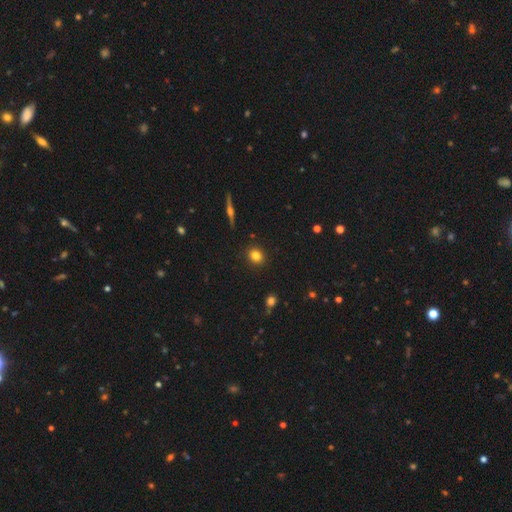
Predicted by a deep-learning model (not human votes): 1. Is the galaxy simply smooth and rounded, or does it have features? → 82% smooth, 10% star or artifact, 7% featured or disk.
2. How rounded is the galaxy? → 73% round, 26% in between, 2% cigar-shaped.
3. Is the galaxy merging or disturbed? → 90% none, 6% minor disturbance, 2% major disturbance, 1% merger.